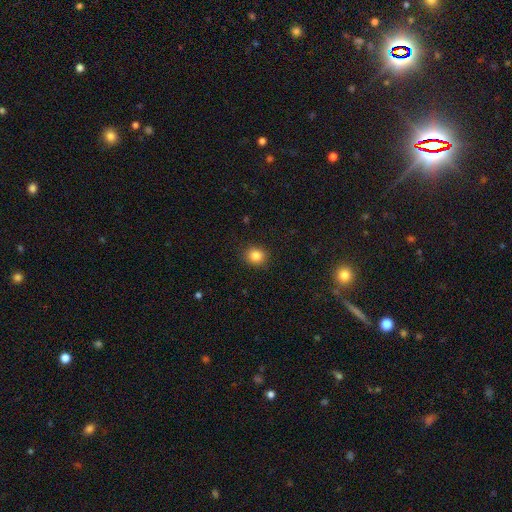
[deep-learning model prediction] smooth 85%, star or artifact 11%, featured or disk 5%. Down the decision tree: how rounded — round (79%); merging — none (90%).